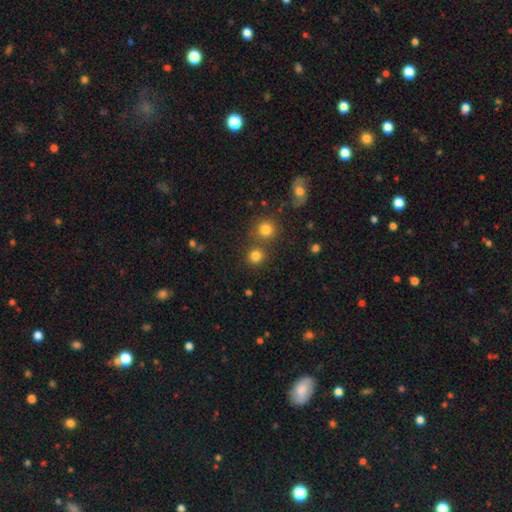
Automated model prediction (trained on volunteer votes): smooth_or_featured: smooth (p=0.80) [alt: star or artifact p=0.15]
how_rounded: round (p=0.91) [alt: in between p=0.08]
merging: none (p=0.74) [alt: merger p=0.17]